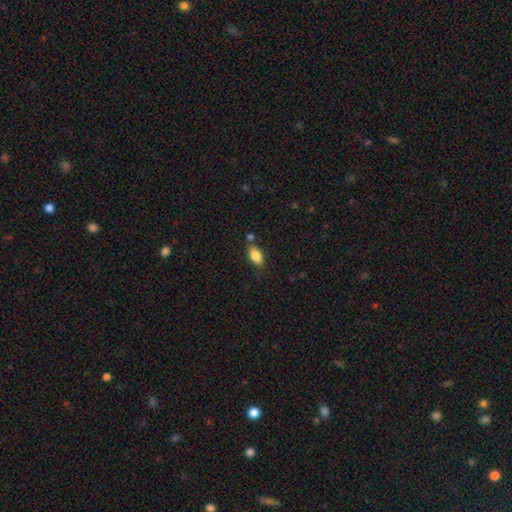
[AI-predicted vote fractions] smooth-or-featured: smooth: 84% | featured or disk: 8% | star or artifact: 8%
  how-rounded: in between: 90% | cigar-shaped: 6% | round: 4%
  merging: none: 71% | minor disturbance: 15% | merger: 10% | major disturbance: 4%